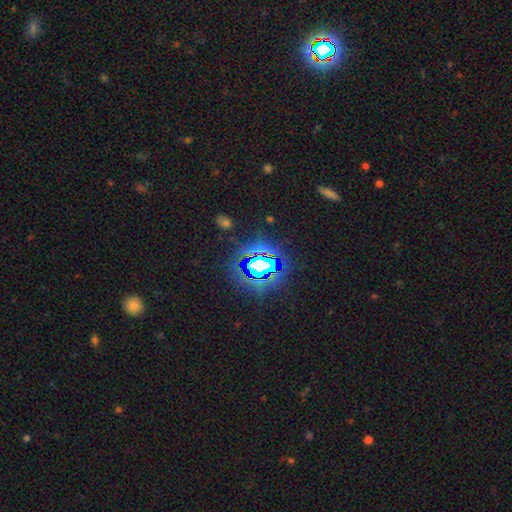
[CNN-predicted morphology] star or artifact 75%, smooth 13%, featured or disk 12%.